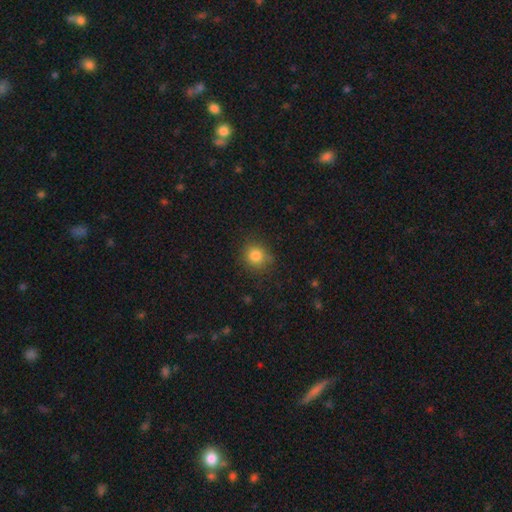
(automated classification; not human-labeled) This is clearly a smooth galaxy (82%). How rounded: clearly round (83%). Merging: clearly none (80%).